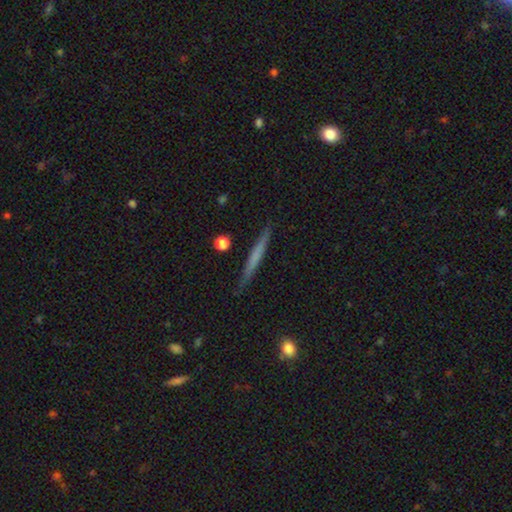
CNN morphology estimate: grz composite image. It shows a smooth galaxy with no disk features (51%) that is cigar-shaped (96%). Merging: none (89%).